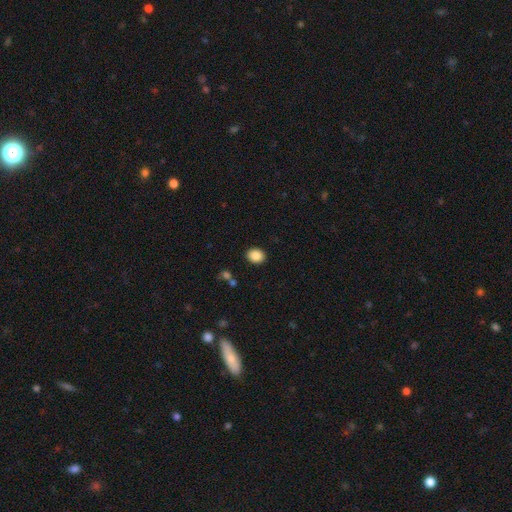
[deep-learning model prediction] Smooth or featured: smooth — 87% (star or artifact — 9%)
How rounded: round — 51% (in between — 48%)
Merging: none — 89% (minor disturbance — 7%)